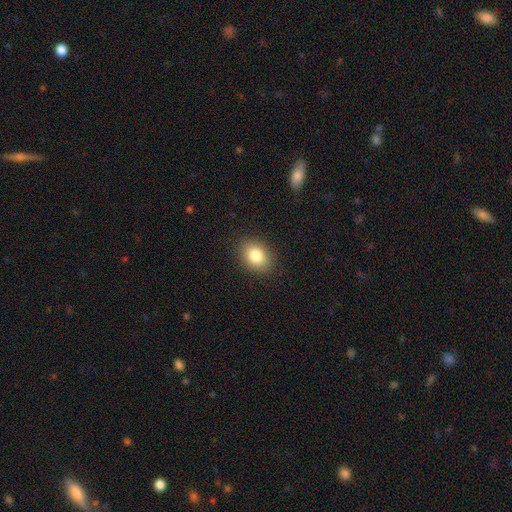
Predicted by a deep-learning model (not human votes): Smooth or featured? Predicted: smooth (p=0.83). How rounded? Predicted: in between (p=0.64). Merging? Predicted: none (p=0.88).